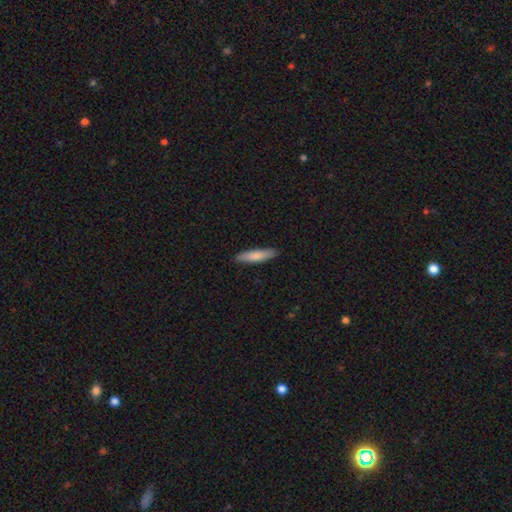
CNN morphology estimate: type=smooth (80%); roundness=cigar-shaped (79%); merging=none (90%).